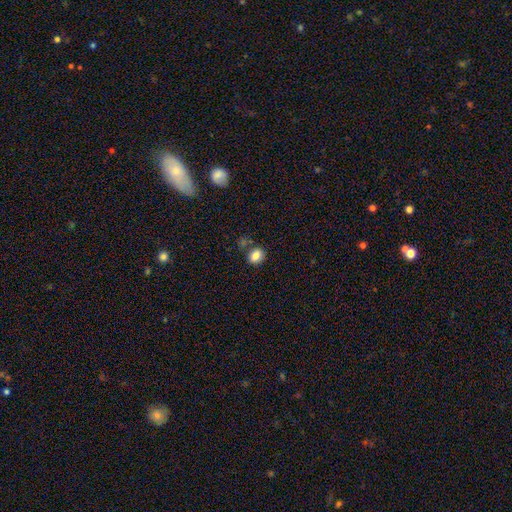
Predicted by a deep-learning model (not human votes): The model was most divided on "how rounded": round: 56%, in between: 43%, cigar-shaped: 1%. More confident: smooth or featured — smooth (84%); merging — none (72%).